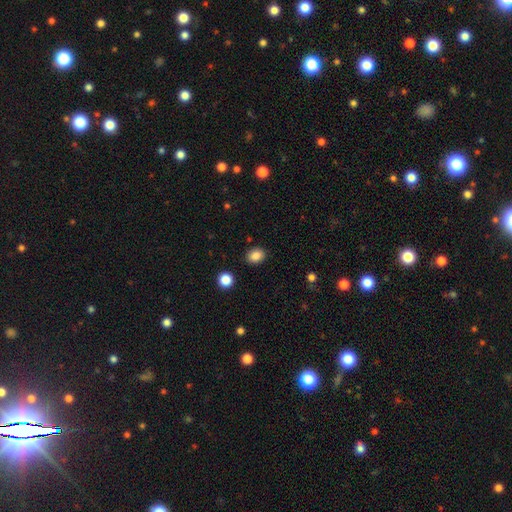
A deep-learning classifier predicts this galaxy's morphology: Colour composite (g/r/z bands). It shows a smooth galaxy with no disk features (86%) that is in between round and cigar-shaped (59%). Merging: none (88%).